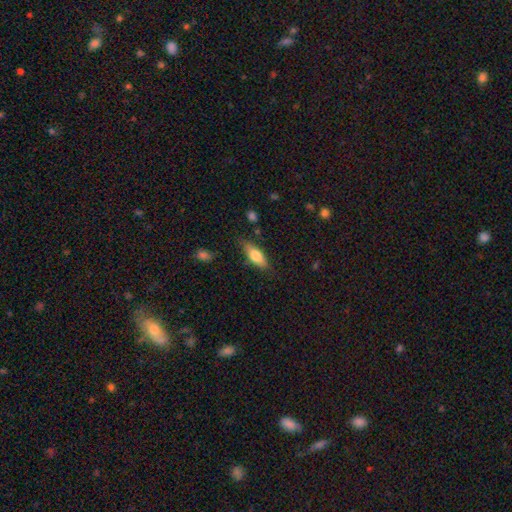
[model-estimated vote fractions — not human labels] This appears to be a smooth galaxy with no disk features (75%) that is in between round and cigar-shaped (73%). Merging: none (74%).